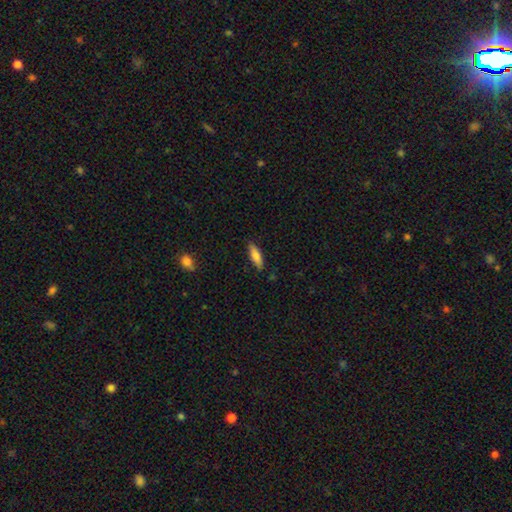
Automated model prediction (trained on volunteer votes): smooth_or_featured: smooth (p=0.74) [alt: featured or disk p=0.20]
how_rounded: cigar-shaped (p=0.52) [alt: in between p=0.46]
merging: none (p=0.85) [alt: minor disturbance p=0.12]